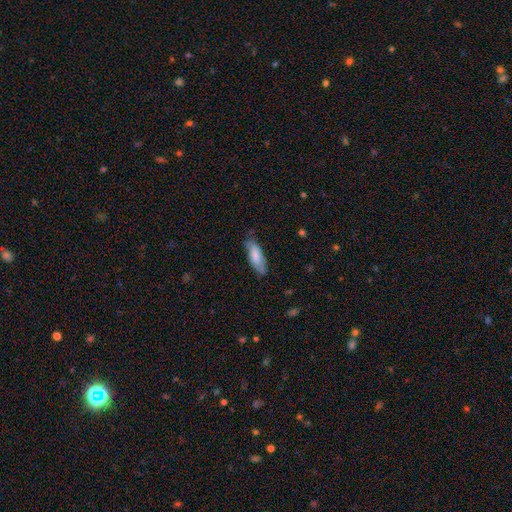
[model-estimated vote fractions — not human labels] Smooth or featured? Predicted: smooth (p=0.77). How rounded? Predicted: in between (p=0.63). Merging? Predicted: none (p=0.67).